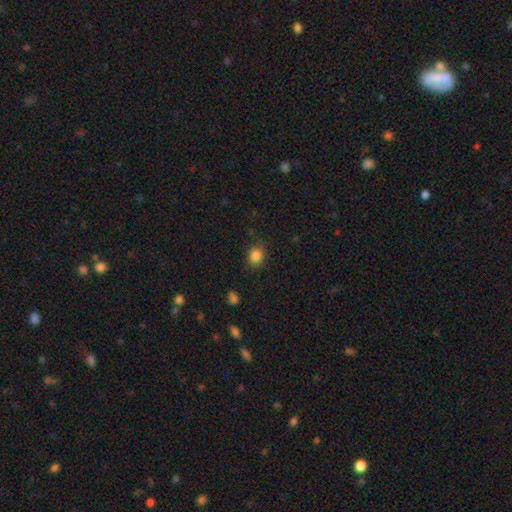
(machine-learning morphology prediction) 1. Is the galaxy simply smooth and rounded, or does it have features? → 85% smooth, 11% star or artifact, 4% featured or disk.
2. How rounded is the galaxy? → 67% round, 32% in between, 1% cigar-shaped.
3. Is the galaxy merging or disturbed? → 84% none, 11% minor disturbance, 3% major disturbance, 1% merger.